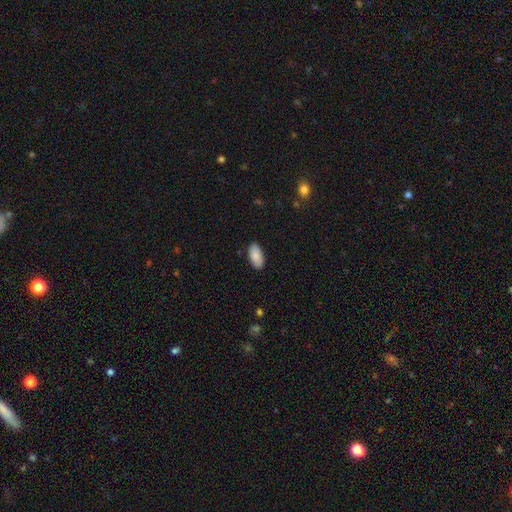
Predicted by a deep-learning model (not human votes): smooth_or_featured: smooth (p=0.86) [alt: featured or disk p=0.07]
how_rounded: in between (p=0.93) [alt: cigar-shaped p=0.05]
merging: none (p=0.88) [alt: minor disturbance p=0.09]